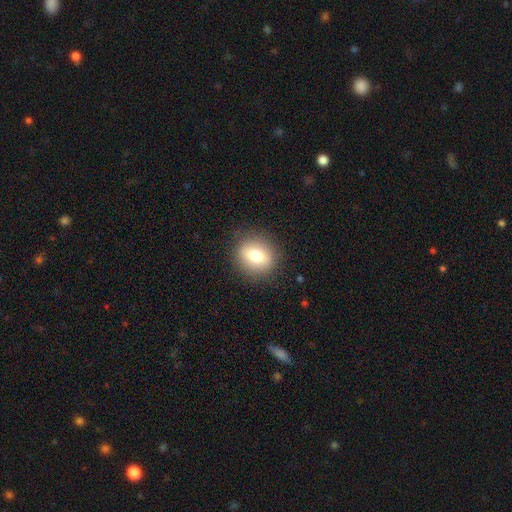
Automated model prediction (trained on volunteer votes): smooth 76%, featured or disk 15%, star or artifact 10%. Down the decision tree: how rounded — round (69%); merging — none (87%).